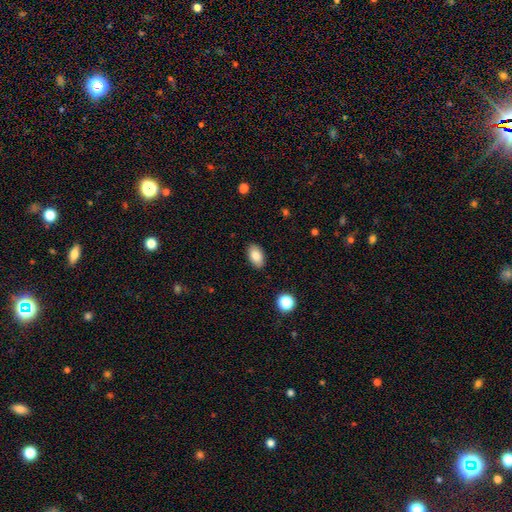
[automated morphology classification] Smooth or featured? smooth (85%)
How rounded? in between (92%)
Merging? none (87%)